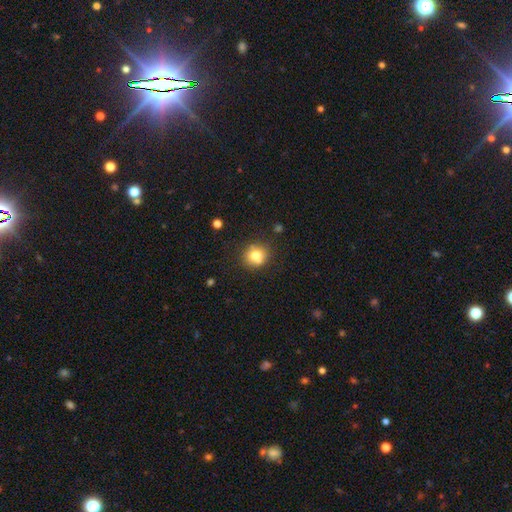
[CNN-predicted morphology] Smooth or featured?
  - smooth: 75% *
  - featured or disk: 13%
  - star or artifact: 12%
How rounded?
  - round: 87% *
  - in between: 12%
  - cigar-shaped: 1%
Merging?
  - none: 74% *
  - minor disturbance: 13%
  - merger: 9%
  - major disturbance: 4%